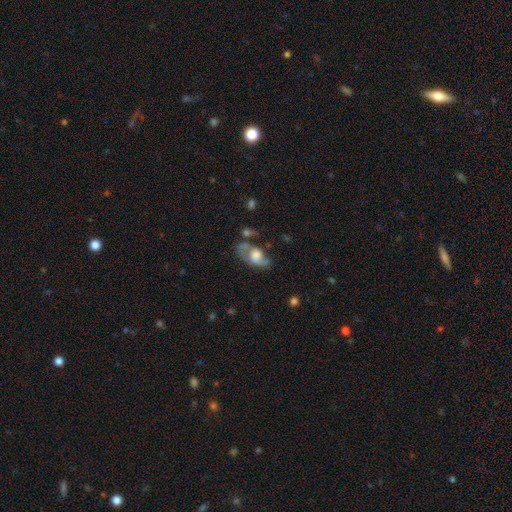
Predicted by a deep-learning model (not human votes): A featured or disk galaxy (53%).

Vote fractions:
- Smooth or featured? featured or disk: 53% / smooth: 38% / star or artifact: 9%
- Edge-on disk? no: 91% / yes: 9%
- Merging? none: 39% / major disturbance: 24% / minor disturbance: 24% / merger: 12%